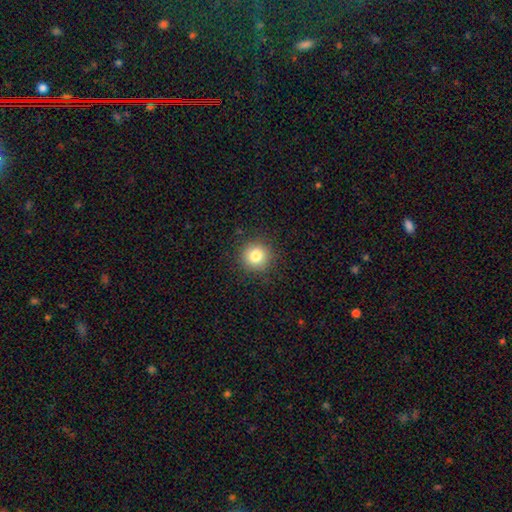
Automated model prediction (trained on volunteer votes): The model was most divided on "smooth or featured": smooth: 82%, star or artifact: 11%, featured or disk: 6%. More confident: how rounded — round (94%); merging — none (90%).